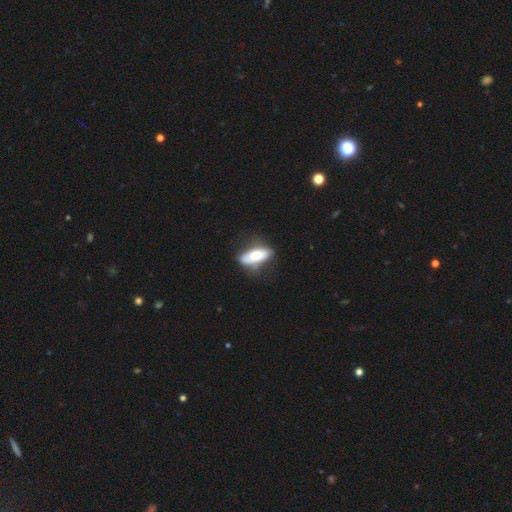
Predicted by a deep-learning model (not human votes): The model was most divided on "merging": none: 55%, minor disturbance: 29%, major disturbance: 11%, merger: 5%. More confident: how rounded — in between (75%); smooth or featured — smooth (71%).